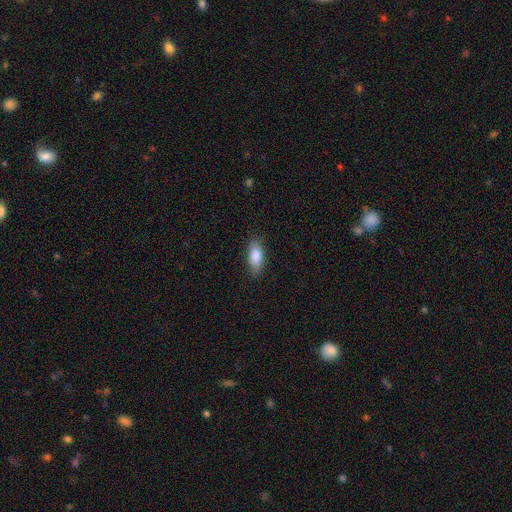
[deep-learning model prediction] Smooth or featured? smooth (85%)
How rounded? in between (81%)
Merging? none (85%)